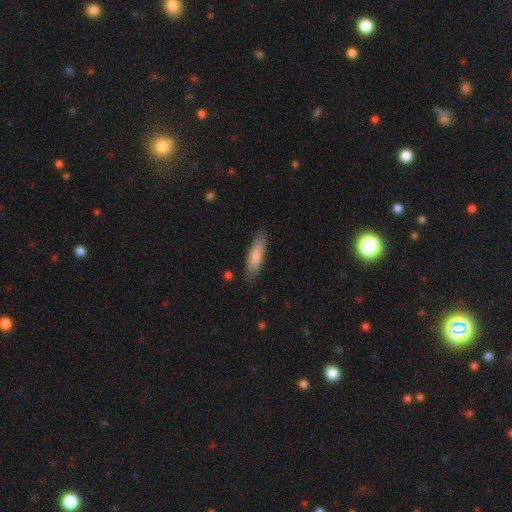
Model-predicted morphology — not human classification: This is clearly a smooth galaxy (81%). How rounded: likely cigar-shaped (61%). Merging: clearly none (82%).